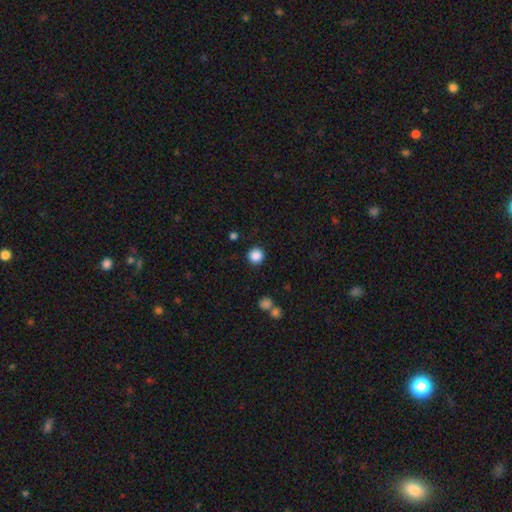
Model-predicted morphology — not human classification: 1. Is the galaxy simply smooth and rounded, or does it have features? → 87% smooth, 10% star or artifact, 3% featured or disk.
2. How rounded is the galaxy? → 95% round, 4% in between, 1% cigar-shaped.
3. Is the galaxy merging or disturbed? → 92% none, 5% minor disturbance, 2% major disturbance, 2% merger.